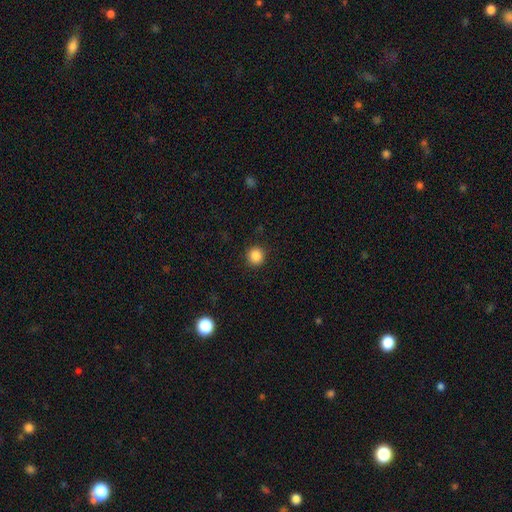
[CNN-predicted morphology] This is clearly a smooth galaxy (87%). How rounded: clearly round (92%). Merging: clearly none (91%).